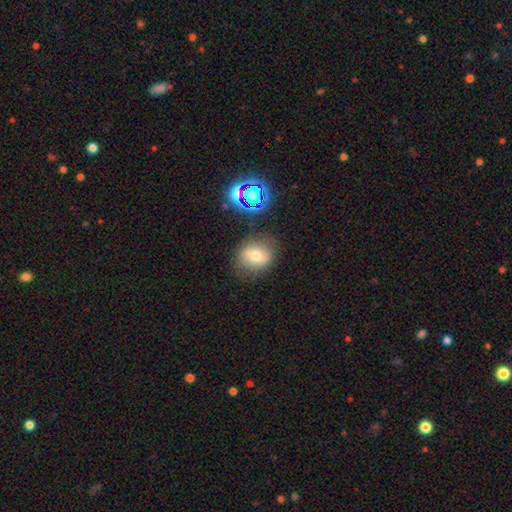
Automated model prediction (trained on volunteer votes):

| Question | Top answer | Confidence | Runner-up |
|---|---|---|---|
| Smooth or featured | smooth | 63% | featured or disk (21%) |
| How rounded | round | 61% | in between (37%) |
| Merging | none | 78% | minor disturbance (14%) |